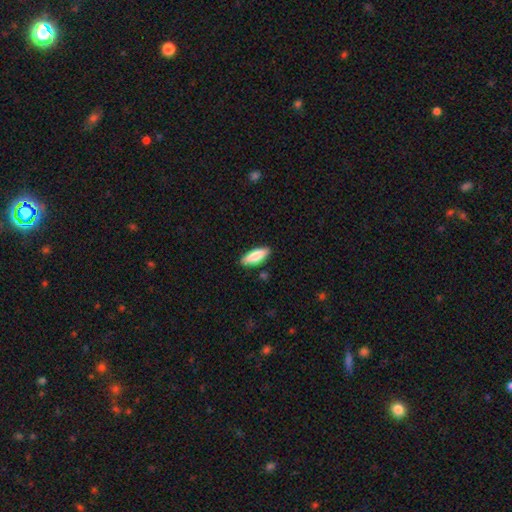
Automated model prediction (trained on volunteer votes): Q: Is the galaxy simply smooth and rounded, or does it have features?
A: smooth — 84%.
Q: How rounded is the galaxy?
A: in between — 60%.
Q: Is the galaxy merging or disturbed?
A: none — 86%.